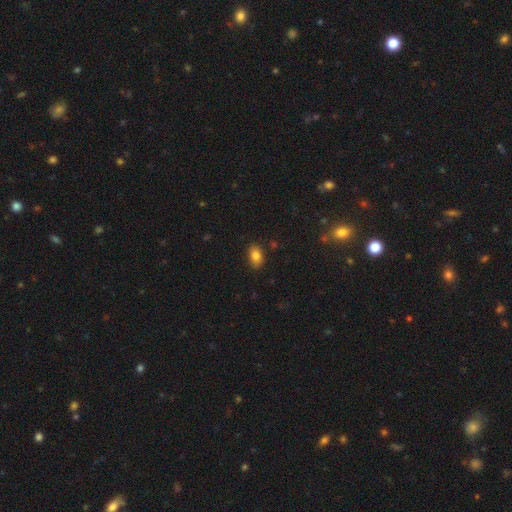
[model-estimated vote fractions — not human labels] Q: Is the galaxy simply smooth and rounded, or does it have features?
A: smooth — 83%.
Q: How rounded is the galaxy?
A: in between — 87%.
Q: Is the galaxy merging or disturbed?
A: none — 86%.